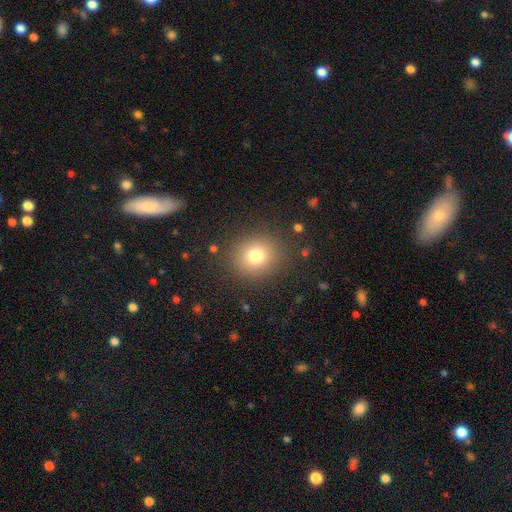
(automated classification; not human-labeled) This is likely a smooth galaxy (76%). How rounded: clearly round (83%). Merging: clearly none (87%).